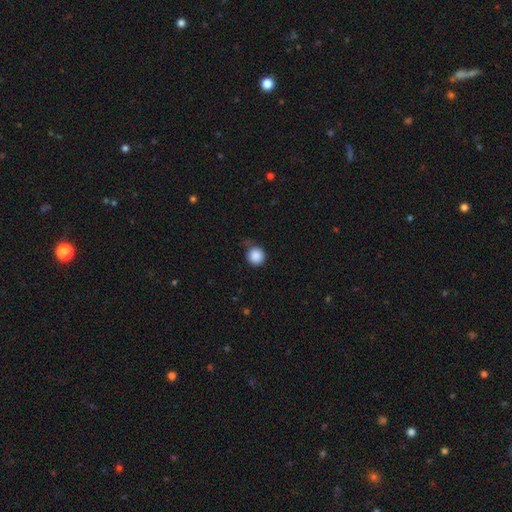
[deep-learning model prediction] smooth-or-featured: smooth: 88% | star or artifact: 8% | featured or disk: 3%
  how-rounded: round: 92% | in between: 7% | cigar-shaped: 1%
  merging: none: 67% | minor disturbance: 24% | major disturbance: 7% | merger: 2%